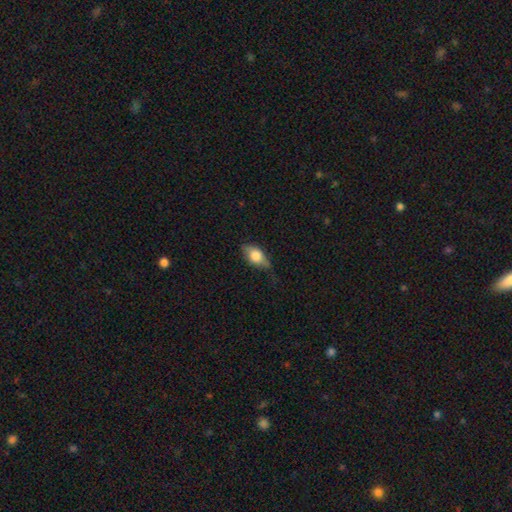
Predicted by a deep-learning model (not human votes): Smooth or featured? Predicted: smooth (p=0.61). How rounded? Predicted: in between (p=0.81). Merging? Predicted: none (p=0.64).